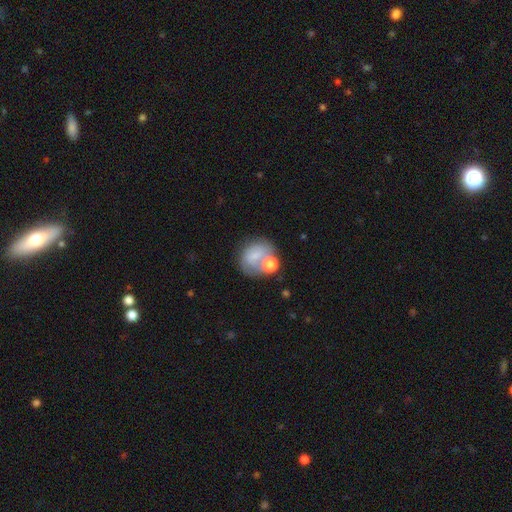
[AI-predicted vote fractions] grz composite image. It shows a smooth galaxy with no disk features (62%) that is round (66%). Merging: none (42%).